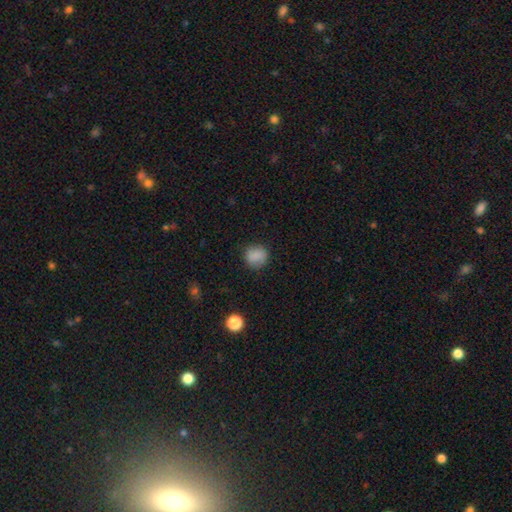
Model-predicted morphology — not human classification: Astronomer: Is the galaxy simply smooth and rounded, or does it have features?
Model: smooth — 85%.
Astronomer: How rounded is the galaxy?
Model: round — 82%.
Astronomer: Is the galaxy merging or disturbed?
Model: none — 83%.